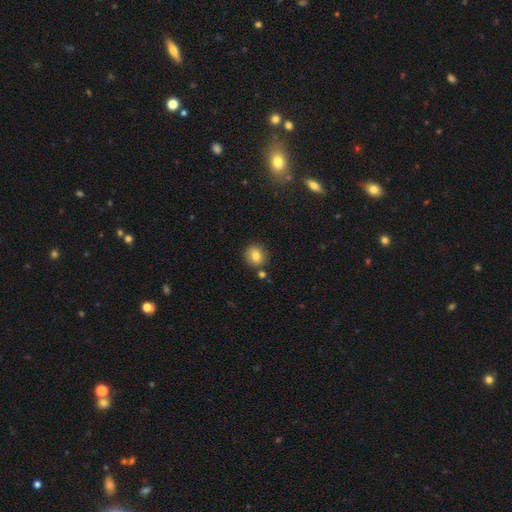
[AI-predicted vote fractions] Overall: smooth (81%). How rounded: round (85%). Merging: none (83%).